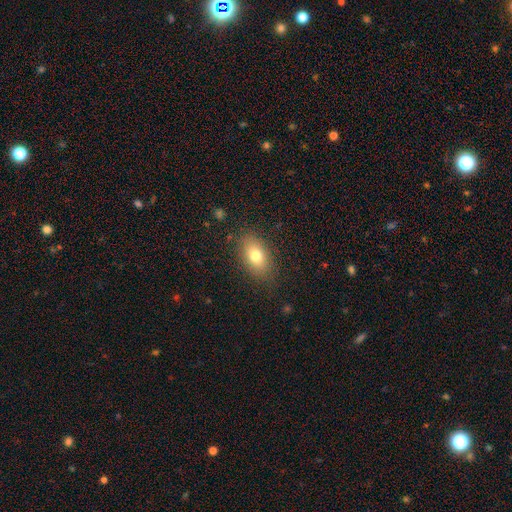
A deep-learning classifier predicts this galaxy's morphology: Q: Smooth or featured?
A: smooth (77%); runner-up: featured or disk (14%)
Q: How rounded?
A: in between (87%); runner-up: round (9%)
Q: Merging?
A: none (83%); runner-up: minor disturbance (12%)